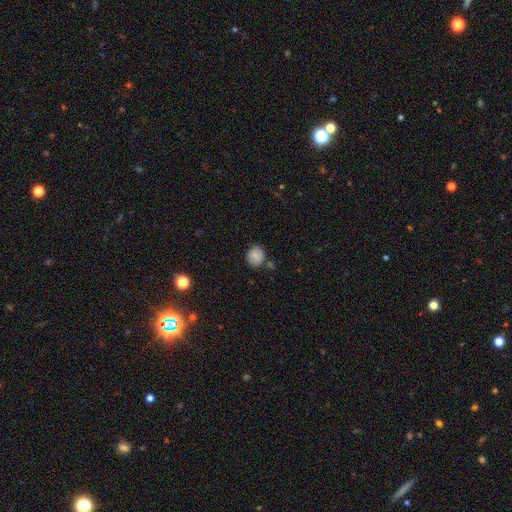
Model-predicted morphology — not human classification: Q: Smooth or featured?
A: smooth (85%); runner-up: star or artifact (9%)
Q: How rounded?
A: round (71%); runner-up: in between (28%)
Q: Merging?
A: none (73%); runner-up: minor disturbance (16%)